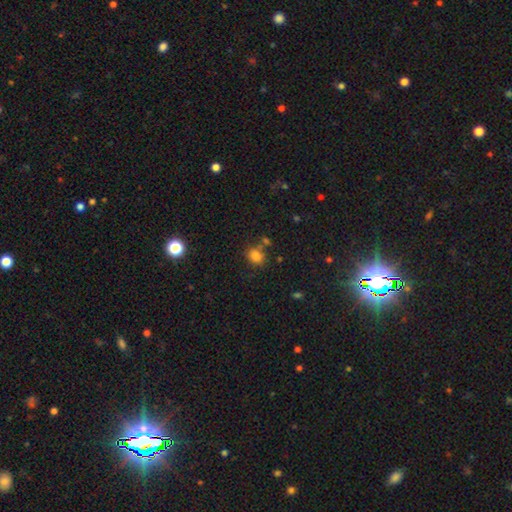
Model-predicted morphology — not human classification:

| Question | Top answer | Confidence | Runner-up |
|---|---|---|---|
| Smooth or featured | smooth | 80% | star or artifact (15%) |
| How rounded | round | 63% | in between (35%) |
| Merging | none | 67% | minor disturbance (15%) |